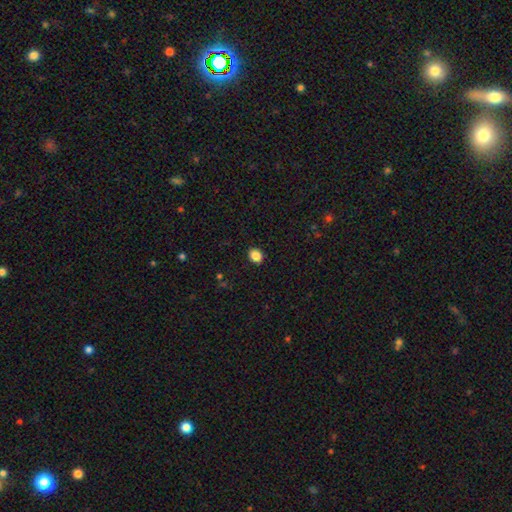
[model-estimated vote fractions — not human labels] The model was most divided on "how rounded": in between: 53%, round: 46%, cigar-shaped: 1%. More confident: merging — none (90%); smooth or featured — smooth (87%).